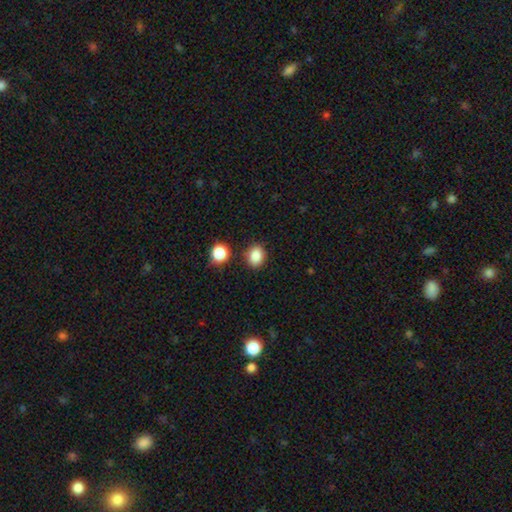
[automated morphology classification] A smooth galaxy with no disk features (86%) that is round (57%). Merging: none (83%).